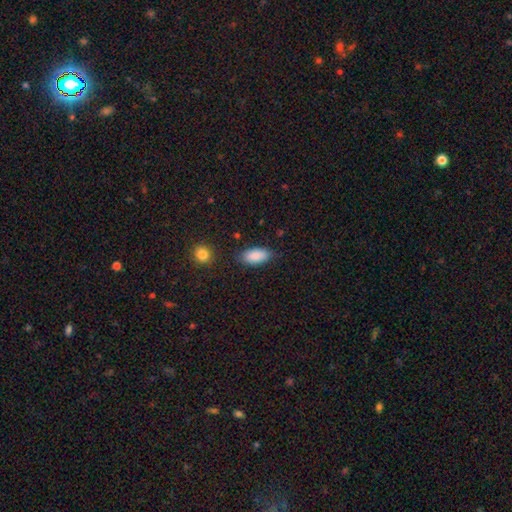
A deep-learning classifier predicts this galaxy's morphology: Smooth or featured? smooth (89%)
How rounded? in between (91%)
Merging? none (80%)